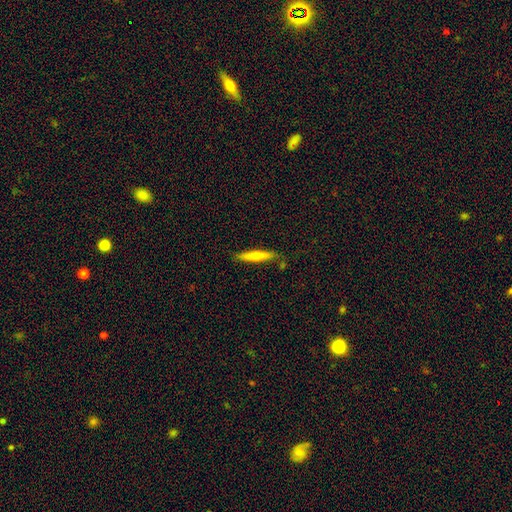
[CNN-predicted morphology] smooth_or_featured: smooth (p=0.64) [alt: featured or disk p=0.30]
how_rounded: cigar-shaped (p=0.91) [alt: in between p=0.08]
merging: none (p=0.83) [alt: minor disturbance p=0.12]